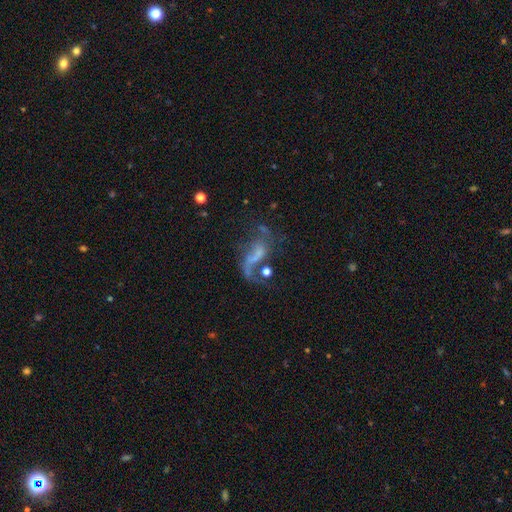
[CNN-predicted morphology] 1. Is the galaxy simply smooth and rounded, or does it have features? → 66% featured or disk, 18% smooth, 16% star or artifact.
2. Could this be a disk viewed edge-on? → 95% no, 5% yes.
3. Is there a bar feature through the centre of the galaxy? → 56% no, 30% weak, 14% strong.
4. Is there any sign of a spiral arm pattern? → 63% yes, 37% no.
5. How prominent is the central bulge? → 51% none, 30% small, 14% moderate, 3% large, 2% dominant.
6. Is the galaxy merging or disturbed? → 39% major disturbance, 30% none, 18% merger, 14% minor disturbance.